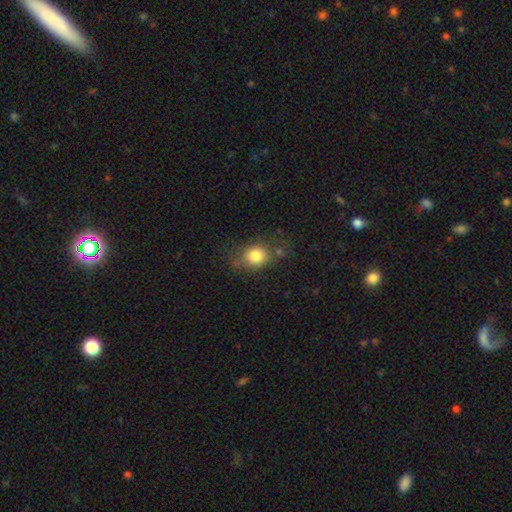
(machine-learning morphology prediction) A smooth galaxy with no disk features (81%) that is round (64%).

Vote fractions:
- Smooth or featured? smooth: 81% / star or artifact: 10% / featured or disk: 8%
- How rounded? round: 64% / in between: 35% / cigar-shaped: 1%
- Merging? none: 68% / minor disturbance: 18% / major disturbance: 7% / merger: 7%